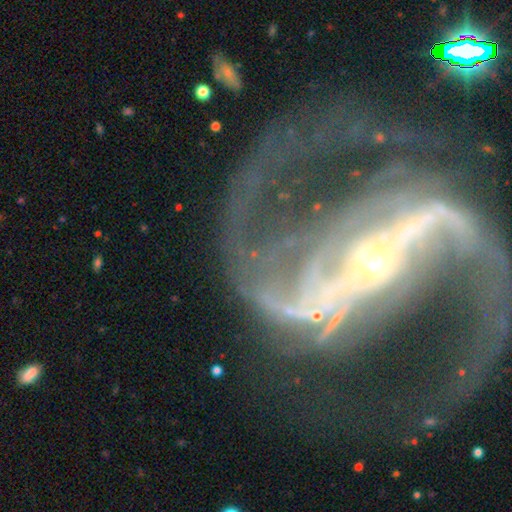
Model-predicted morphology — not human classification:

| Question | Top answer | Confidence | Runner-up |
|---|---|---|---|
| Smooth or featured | featured or disk | 88% | star or artifact (8%) |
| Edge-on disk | no | 95% | yes (5%) |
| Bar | strong | 56% | weak (23%) |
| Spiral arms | yes | 91% | no (9%) |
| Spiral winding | loose | 45% | medium (37%) |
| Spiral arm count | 2 | 56% | can't tell (13%) |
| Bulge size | small | 61% | moderate (33%) |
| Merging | major disturbance | 46% | none (31%) |